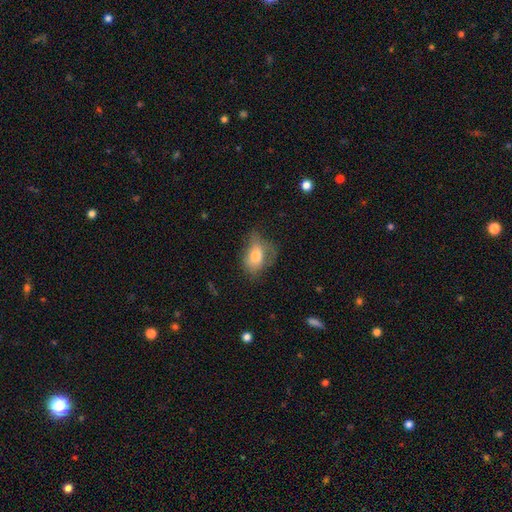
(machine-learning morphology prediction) smooth-or-featured: smooth: 70% | featured or disk: 21% | star or artifact: 9%
  how-rounded: in between: 79% | round: 18% | cigar-shaped: 2%
  merging: none: 37% | minor disturbance: 34% | major disturbance: 27% | merger: 2%